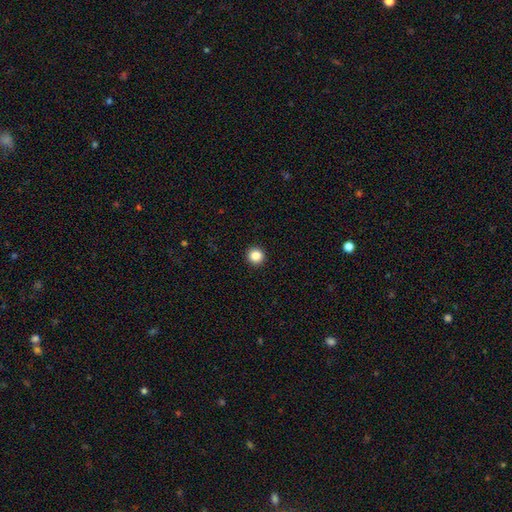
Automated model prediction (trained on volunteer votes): Overall: smooth (86%). How rounded: round (96%). Merging: none (94%).